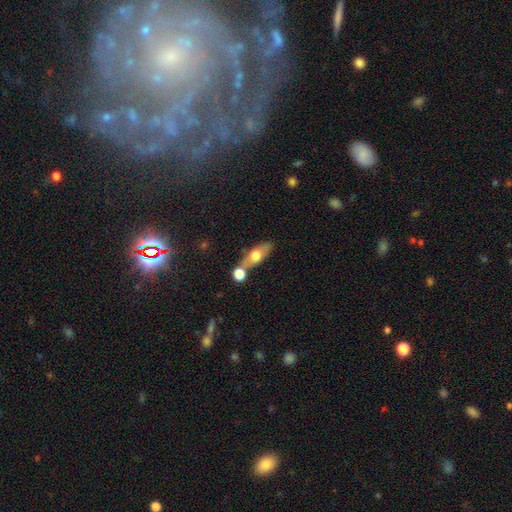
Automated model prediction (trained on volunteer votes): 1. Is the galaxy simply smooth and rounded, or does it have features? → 59% smooth, 33% featured or disk, 8% star or artifact.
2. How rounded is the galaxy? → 69% in between, 24% cigar-shaped, 6% round.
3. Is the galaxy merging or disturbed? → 58% none, 23% merger, 14% minor disturbance, 5% major disturbance.